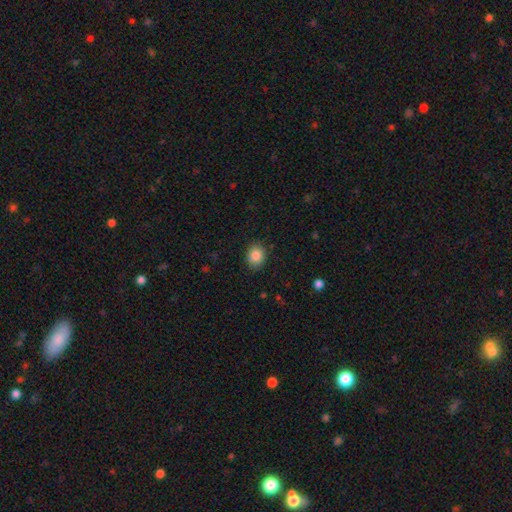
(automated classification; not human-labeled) Smooth or featured? smooth (86%)
How rounded? round (58%)
Merging? none (87%)